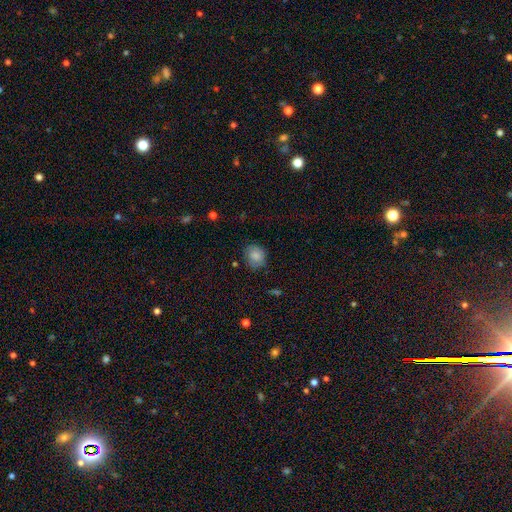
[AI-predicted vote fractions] Smooth or featured?
  - smooth: 84% *
  - star or artifact: 9%
  - featured or disk: 7%
How rounded?
  - round: 71% *
  - in between: 28%
  - cigar-shaped: 1%
Merging?
  - none: 77% *
  - minor disturbance: 18%
  - major disturbance: 4%
  - merger: 1%